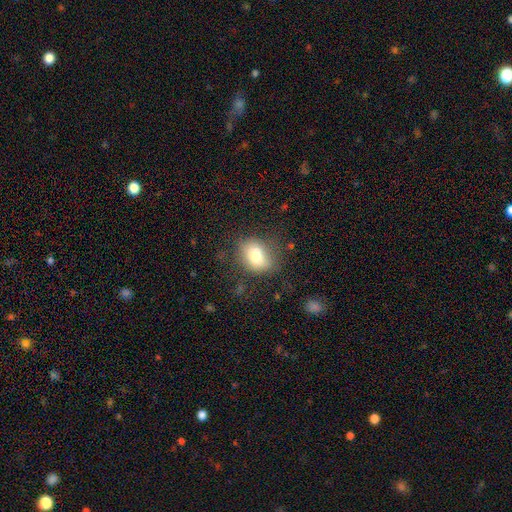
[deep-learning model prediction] Smooth or featured: smooth — 73% (featured or disk — 18%)
How rounded: in between — 64% (round — 35%)
Merging: none — 66% (minor disturbance — 22%)